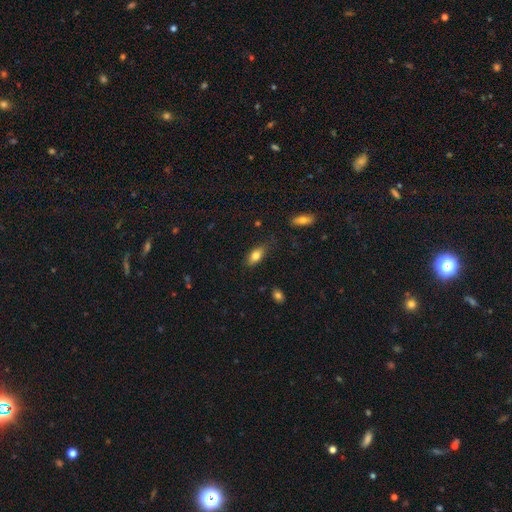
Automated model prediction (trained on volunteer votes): Q: Smooth or featured?
A: smooth (80%); runner-up: featured or disk (13%)
Q: How rounded?
A: in between (84%); runner-up: cigar-shaped (12%)
Q: Merging?
A: none (78%); runner-up: minor disturbance (17%)